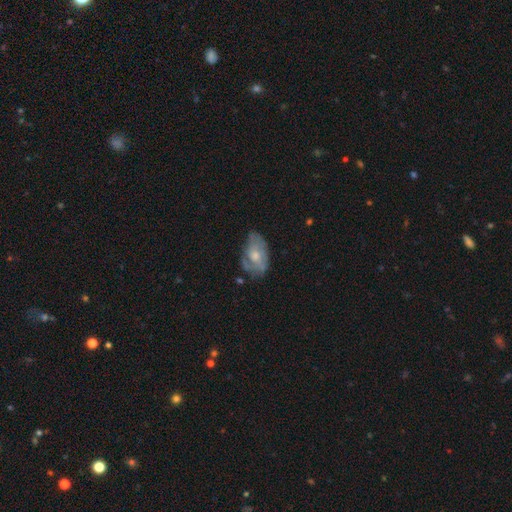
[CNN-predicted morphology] type=featured or disk (52%); edge-on=no (94%); merging=none (48%).